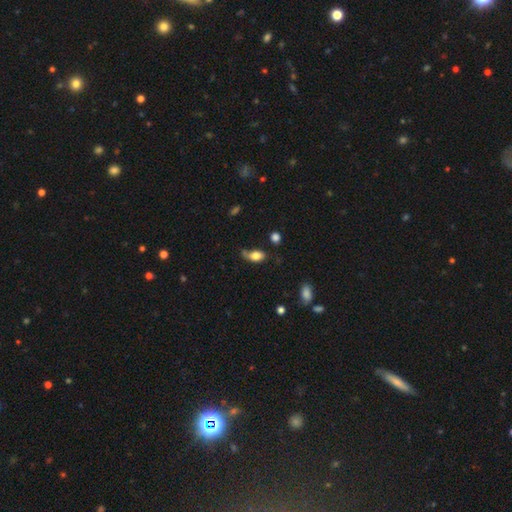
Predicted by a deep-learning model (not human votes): smooth-or-featured: smooth: 75% | featured or disk: 16% | star or artifact: 8%
  how-rounded: in between: 86% | round: 8% | cigar-shaped: 6%
  merging: none: 44% | minor disturbance: 32% | major disturbance: 16% | merger: 8%